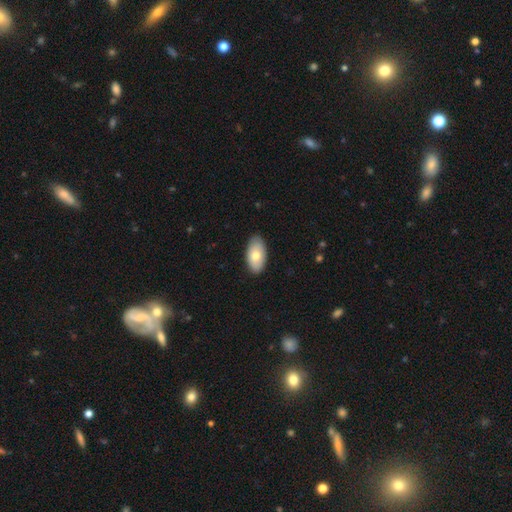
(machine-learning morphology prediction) This appears to be a smooth galaxy with no disk features (73%) that is in between round and cigar-shaped (95%). Merging: none (87%).